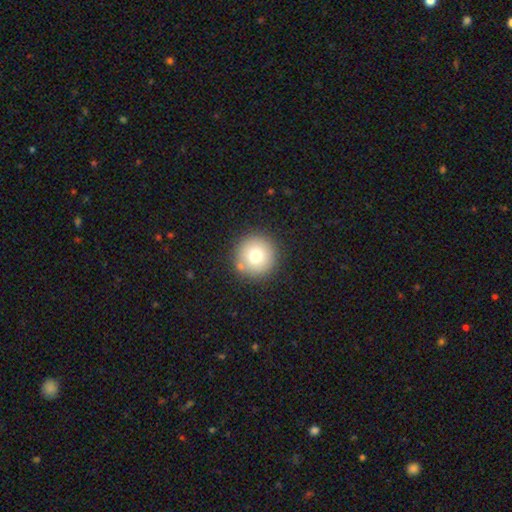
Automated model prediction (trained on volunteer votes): Q: Smooth or featured?
A: smooth (74%); runner-up: featured or disk (14%)
Q: How rounded?
A: round (96%); runner-up: in between (3%)
Q: Merging?
A: none (86%); runner-up: minor disturbance (7%)